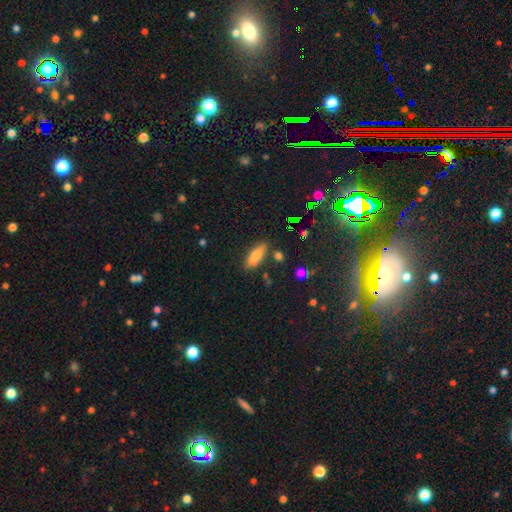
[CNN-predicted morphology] A smooth galaxy with no disk features (75%) that is in between round and cigar-shaped (70%). Merging: none (78%).